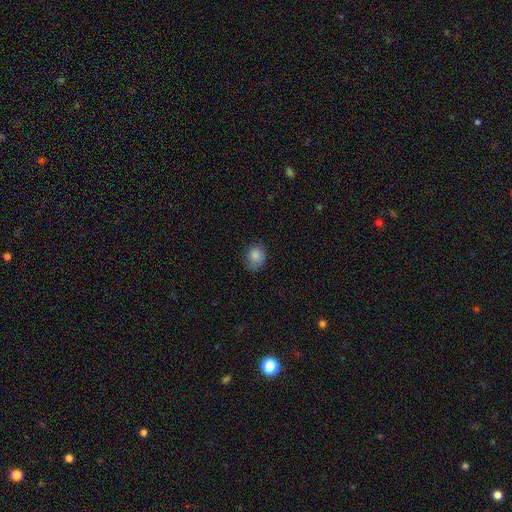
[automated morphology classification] Smooth or featured?
  - smooth: 84% *
  - star or artifact: 9%
  - featured or disk: 6%
How rounded?
  - round: 60% *
  - in between: 39%
  - cigar-shaped: 1%
Merging?
  - none: 68% *
  - minor disturbance: 24%
  - major disturbance: 6%
  - merger: 1%